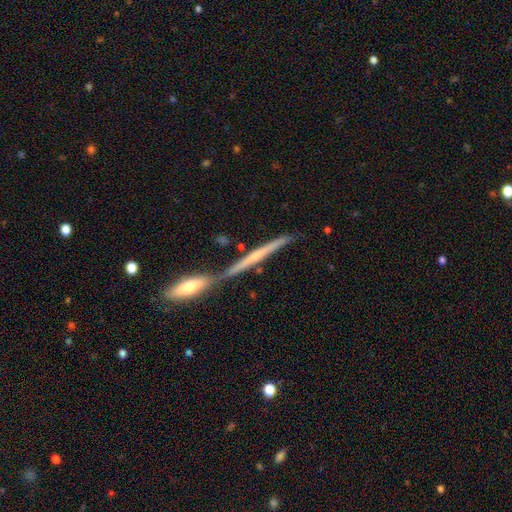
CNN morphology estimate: smooth-or-featured: featured or disk: 59% | smooth: 34% | star or artifact: 7%
  disk-edge-on: yes: 93% | no: 7%
    edge-on-bulge: none: 57% | rounded: 34% | boxy: 9%
  merging: none: 61% | merger: 24% | minor disturbance: 11% | major disturbance: 4%